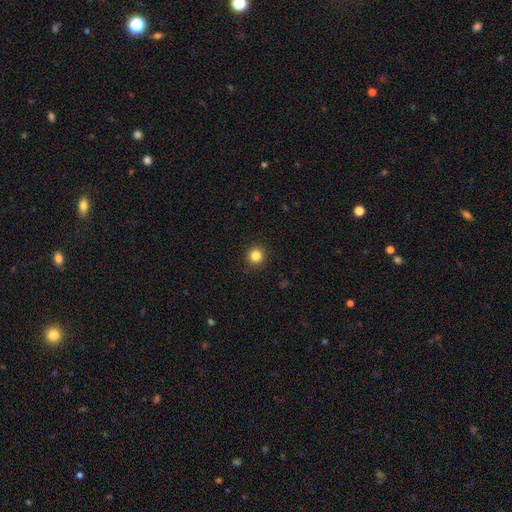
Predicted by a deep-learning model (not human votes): Smooth or featured?
  - smooth: 84% *
  - star or artifact: 11%
  - featured or disk: 4%
How rounded?
  - round: 91% *
  - in between: 8%
  - cigar-shaped: 1%
Merging?
  - none: 91% *
  - minor disturbance: 6%
  - major disturbance: 2%
  - merger: 1%